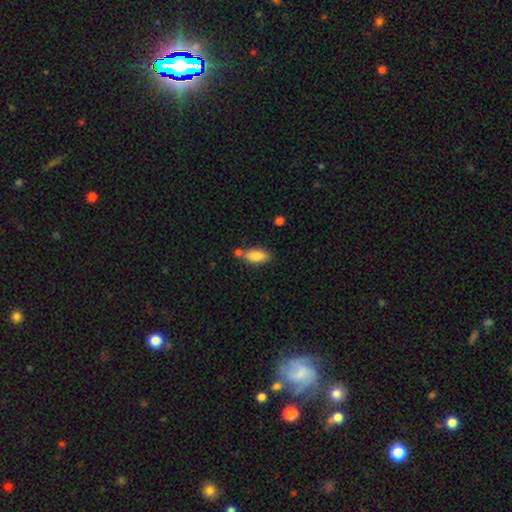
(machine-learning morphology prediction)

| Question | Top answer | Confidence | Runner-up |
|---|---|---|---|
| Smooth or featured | smooth | 83% | featured or disk (10%) |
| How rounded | in between | 85% | cigar-shaped (12%) |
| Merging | none | 62% | merger (19%) |